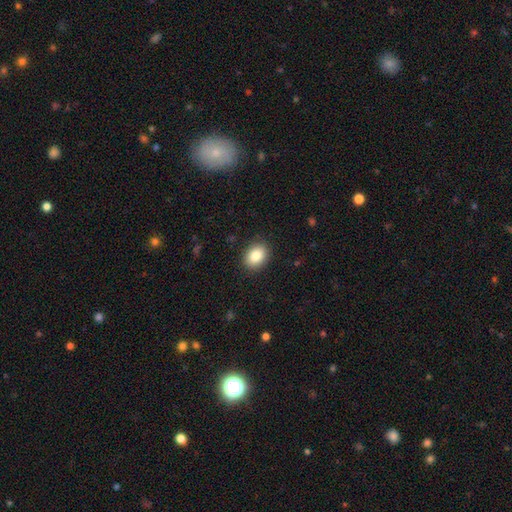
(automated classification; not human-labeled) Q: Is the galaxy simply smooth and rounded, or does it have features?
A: smooth — 85%.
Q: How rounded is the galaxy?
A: in between — 66%.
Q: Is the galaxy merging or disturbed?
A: none — 89%.